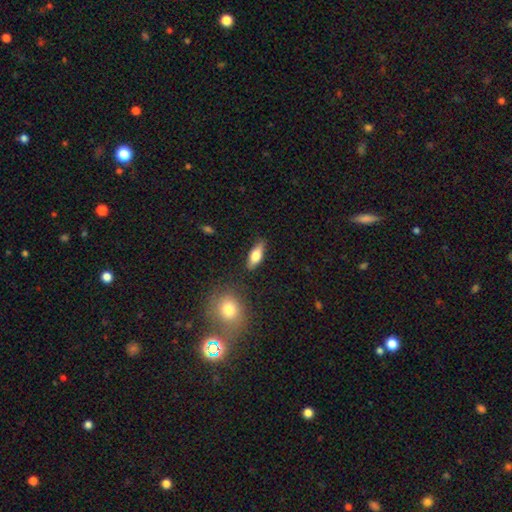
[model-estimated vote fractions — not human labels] A smooth galaxy with no disk features (69%) that is in between round and cigar-shaped (69%). Merging: none (83%).